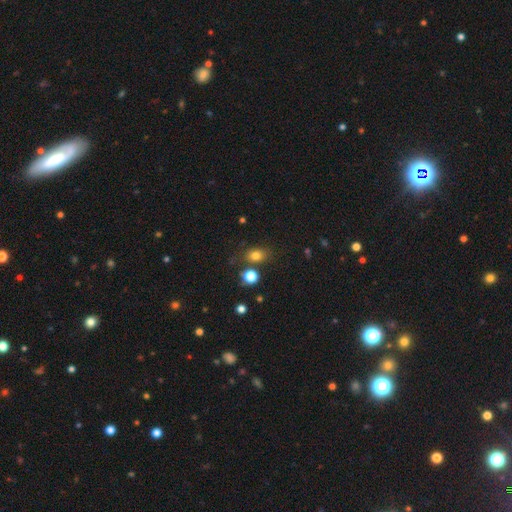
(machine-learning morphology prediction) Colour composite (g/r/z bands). It shows a smooth galaxy with no disk features (78%) that is in between round and cigar-shaped (57%). Merging: none (73%).